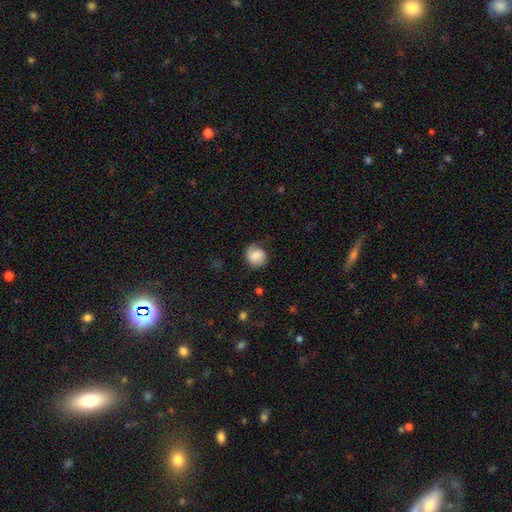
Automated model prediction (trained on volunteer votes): smooth 62%, featured or disk 30%, star or artifact 8%. Down the decision tree: how rounded — round (77%); merging — none (56%).